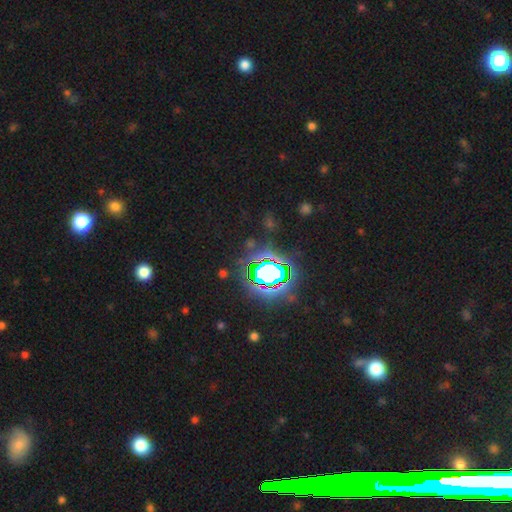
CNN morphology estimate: star or artifact 84%, smooth 9%, featured or disk 7%.